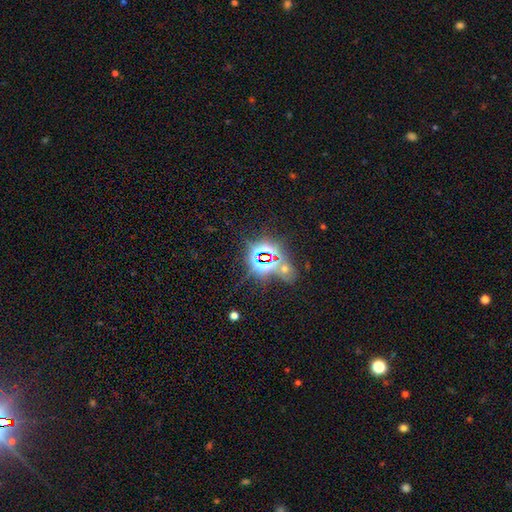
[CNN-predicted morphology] smooth-or-featured: star or artifact: 78% | smooth: 13% | featured or disk: 9%